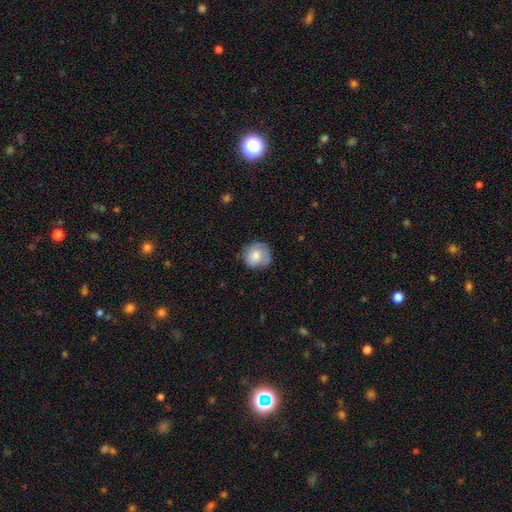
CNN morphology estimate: Smooth or featured?
  - smooth: 73% *
  - featured or disk: 20%
  - star or artifact: 7%
How rounded?
  - round: 87% *
  - in between: 12%
  - cigar-shaped: 1%
Merging?
  - none: 69% *
  - minor disturbance: 23%
  - major disturbance: 6%
  - merger: 2%